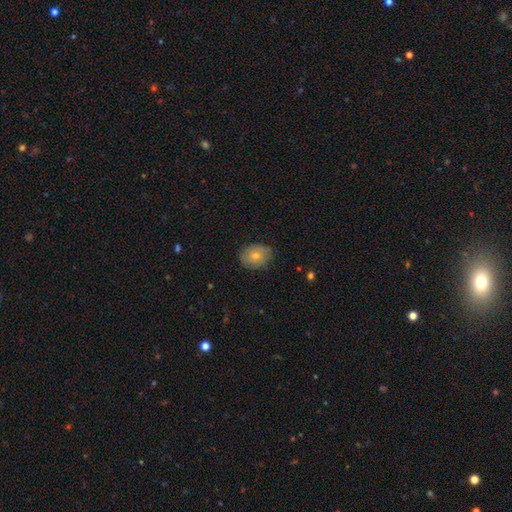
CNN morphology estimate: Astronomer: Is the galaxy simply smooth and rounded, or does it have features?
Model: smooth — 62%.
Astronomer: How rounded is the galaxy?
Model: in between — 60% (runner-up: round, 39%).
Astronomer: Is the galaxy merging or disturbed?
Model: none — 82%.